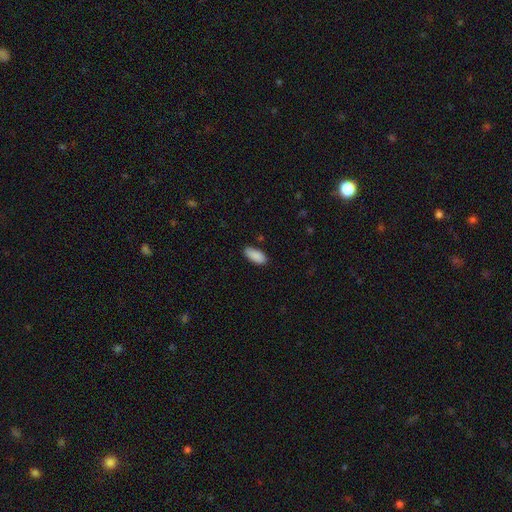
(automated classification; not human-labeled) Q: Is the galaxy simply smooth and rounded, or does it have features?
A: smooth — 90%.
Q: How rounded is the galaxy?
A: in between — 87%.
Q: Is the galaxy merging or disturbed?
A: none — 84%.